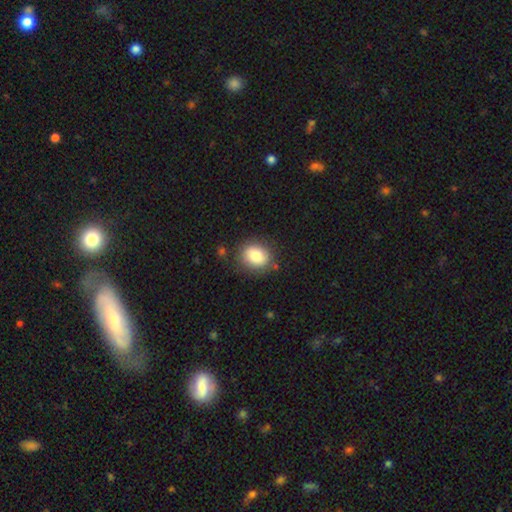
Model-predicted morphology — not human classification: This appears to be a smooth galaxy with no disk features (83%) that is round (56%). Merging: none (81%).